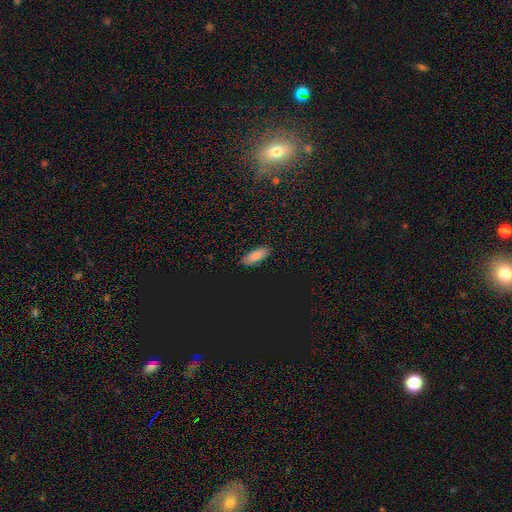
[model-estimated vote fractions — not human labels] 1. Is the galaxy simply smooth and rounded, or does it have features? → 79% smooth, 15% star or artifact, 7% featured or disk.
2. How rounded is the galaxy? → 78% in between, 18% cigar-shaped, 3% round.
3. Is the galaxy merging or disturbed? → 87% none, 10% minor disturbance, 2% major disturbance, 1% merger.